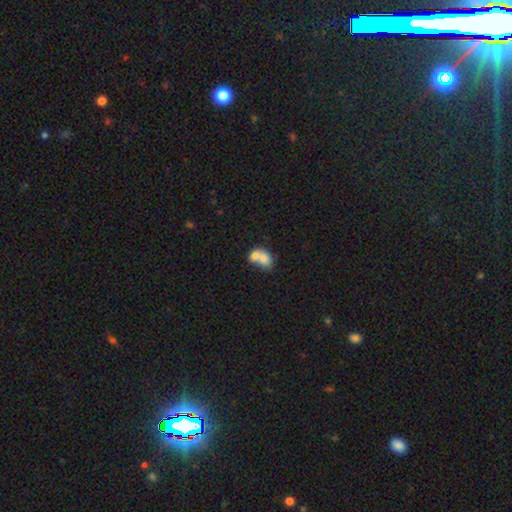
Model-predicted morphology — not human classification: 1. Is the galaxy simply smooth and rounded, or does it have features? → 72% smooth, 20% featured or disk, 8% star or artifact.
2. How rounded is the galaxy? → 62% in between, 37% round, 1% cigar-shaped.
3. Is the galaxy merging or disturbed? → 74% merger, 17% none, 6% minor disturbance, 3% major disturbance.